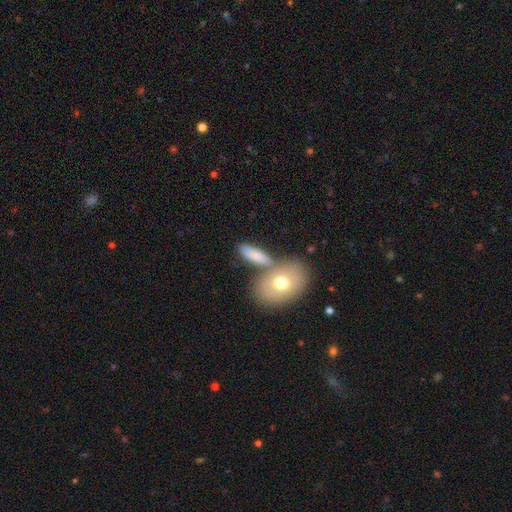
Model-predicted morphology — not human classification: Smooth or featured? Predicted: smooth (p=0.76). How rounded? Predicted: in between (p=0.71). Merging? Predicted: none (p=0.53).